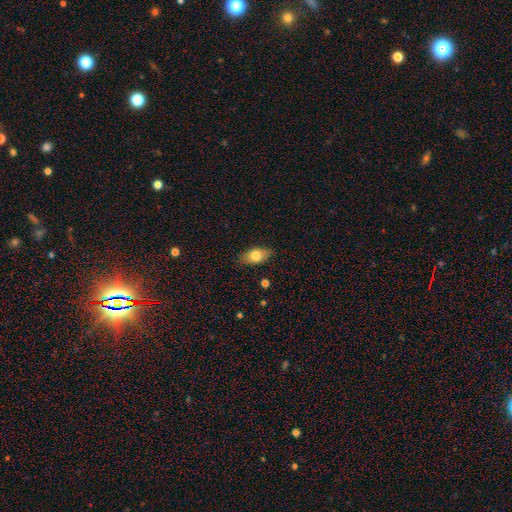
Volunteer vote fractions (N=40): Smooth or featured?
  - smooth: 90% *
  - featured or disk: 8%
  - star or artifact: 2%
How rounded?
  - in between: 94% *
  - round: 3%
  - cigar-shaped: 3%
Merging?
  - none: 90% *
  - minor disturbance: 10%
  - major disturbance: 0%
  - merger: 0%